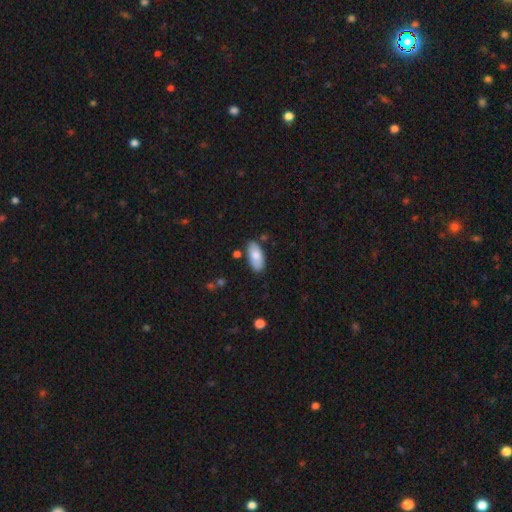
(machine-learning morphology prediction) A smooth galaxy with no disk features (79%) that is in between round and cigar-shaped (92%). Merging: none (81%).